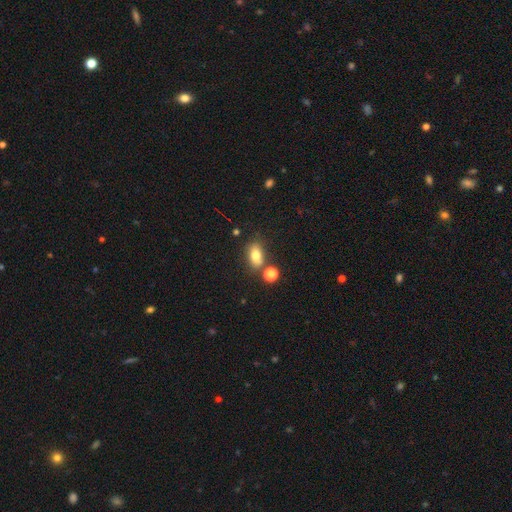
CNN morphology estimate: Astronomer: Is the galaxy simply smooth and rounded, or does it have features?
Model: smooth — 76%.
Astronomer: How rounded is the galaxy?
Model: in between — 80%.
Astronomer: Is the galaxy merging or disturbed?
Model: none — 66%.